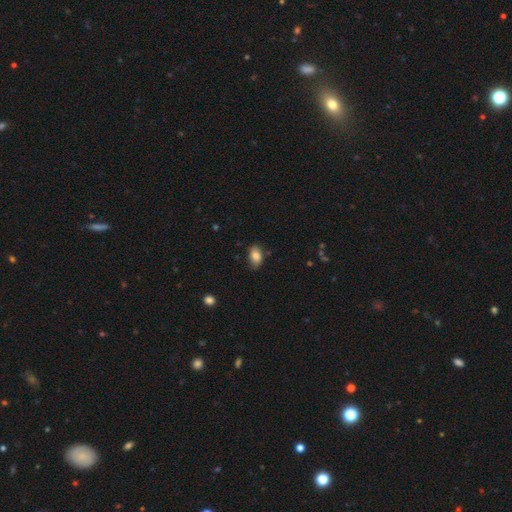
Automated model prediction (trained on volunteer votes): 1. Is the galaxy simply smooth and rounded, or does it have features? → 83% smooth, 9% featured or disk, 8% star or artifact.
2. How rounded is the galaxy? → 90% in between, 8% round, 2% cigar-shaped.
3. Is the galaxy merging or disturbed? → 77% none, 19% minor disturbance, 3% major disturbance, 2% merger.